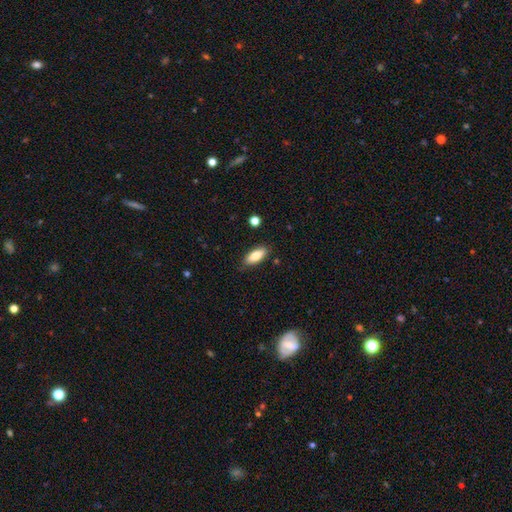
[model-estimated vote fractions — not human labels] Q: Smooth or featured?
A: smooth (79%); runner-up: featured or disk (15%)
Q: How rounded?
A: in between (78%); runner-up: cigar-shaped (19%)
Q: Merging?
A: none (85%); runner-up: minor disturbance (11%)